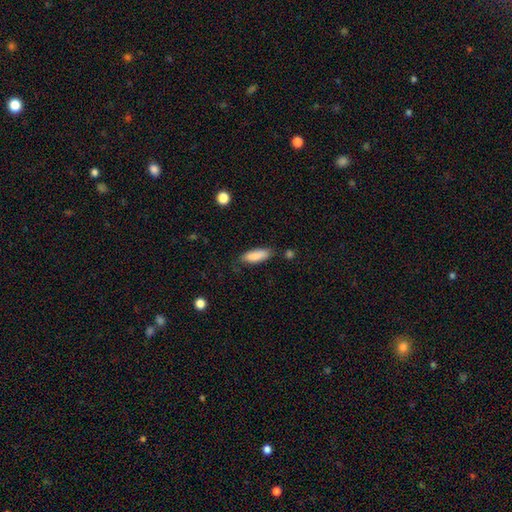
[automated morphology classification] The model was most divided on "how rounded": in between: 64%, cigar-shaped: 34%, round: 2%. More confident: smooth or featured — smooth (87%); merging — none (74%).